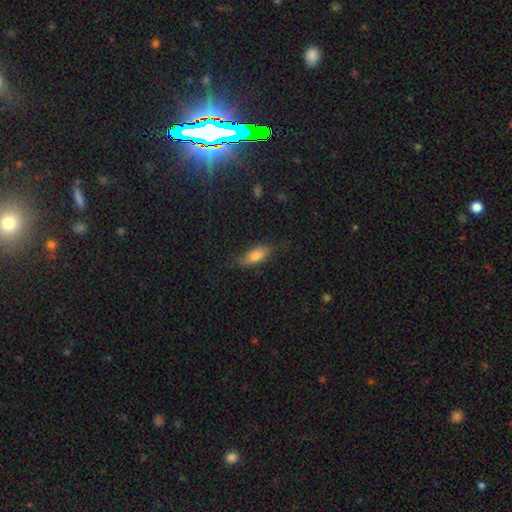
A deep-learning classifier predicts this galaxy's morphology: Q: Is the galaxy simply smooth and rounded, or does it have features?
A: smooth — 75%.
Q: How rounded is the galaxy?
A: in between — 72%.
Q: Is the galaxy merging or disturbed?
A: none — 70%.